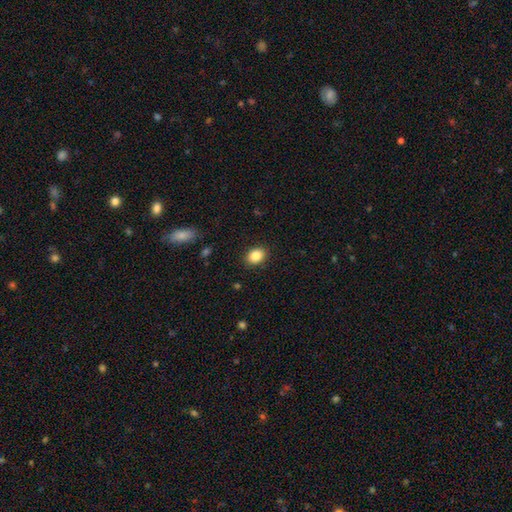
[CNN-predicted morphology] This is clearly a smooth galaxy (86%). How rounded: likely in between (67%). Merging: clearly none (89%).